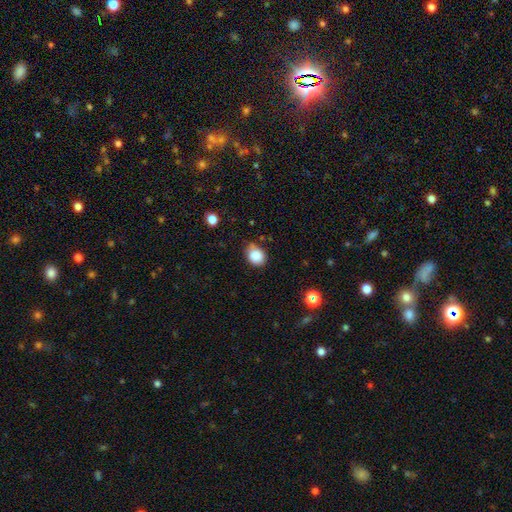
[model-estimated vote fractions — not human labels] A smooth galaxy with no disk features (86%) that is round (56%). Merging: none (62%).